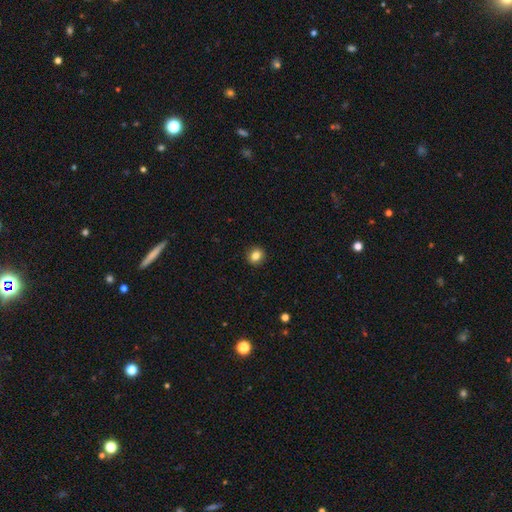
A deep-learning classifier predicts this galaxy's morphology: Smooth or featured?
  - smooth: 84% *
  - star or artifact: 10%
  - featured or disk: 6%
How rounded?
  - round: 77% *
  - in between: 22%
  - cigar-shaped: 1%
Merging?
  - none: 92% *
  - minor disturbance: 5%
  - major disturbance: 2%
  - merger: 1%